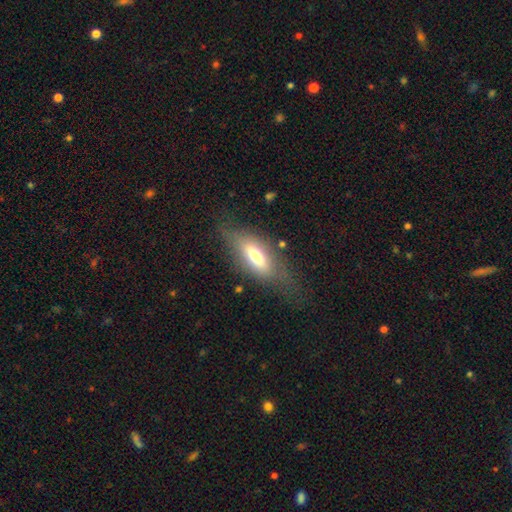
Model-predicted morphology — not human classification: smooth 58%, featured or disk 34%, star or artifact 8%. Down the decision tree: how rounded — in between (71%); merging — none (62%).